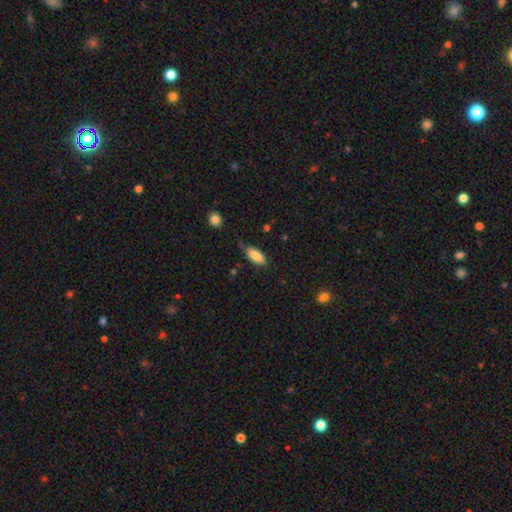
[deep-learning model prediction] Smooth or featured? Predicted: smooth (p=0.86). How rounded? Predicted: in between (p=0.86). Merging? Predicted: none (p=0.71).